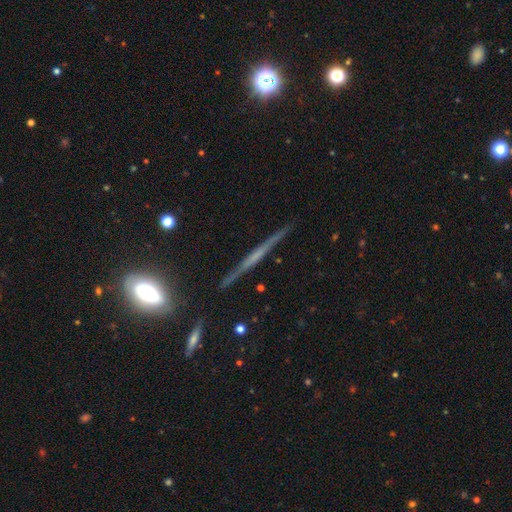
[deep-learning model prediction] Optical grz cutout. It shows a featured or disk galaxy (70%) viewed edge-on (96%) with no central bulge (61%). Merging: none (87%).